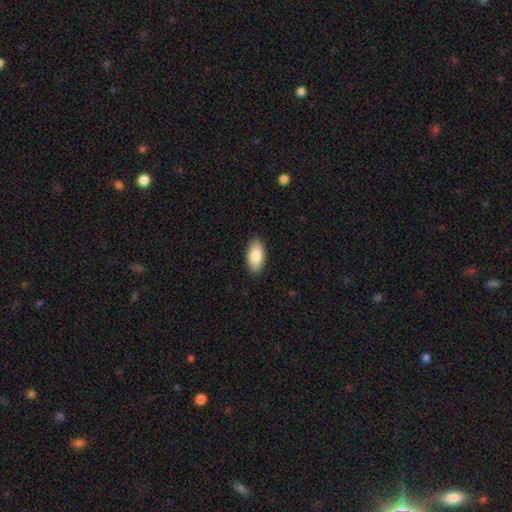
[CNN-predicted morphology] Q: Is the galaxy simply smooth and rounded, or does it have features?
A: smooth — 86%.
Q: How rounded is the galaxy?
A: in between — 93%.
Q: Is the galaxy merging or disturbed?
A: none — 89%.